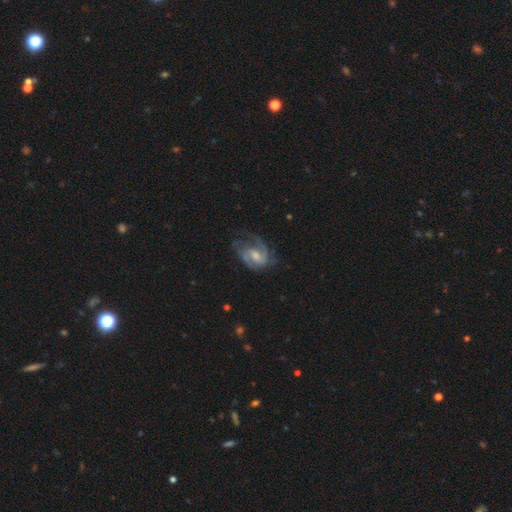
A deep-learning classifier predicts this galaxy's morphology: Q: Smooth or featured?
A: featured or disk (82%); runner-up: smooth (12%)
Q: Edge-on disk?
A: no (97%); runner-up: yes (3%)
Q: Bar?
A: weak (52%); runner-up: no (33%)
Q: Spiral arms?
A: yes (94%); runner-up: no (6%)
Q: Spiral winding?
A: medium (49%); runner-up: tight (35%)
Q: Spiral arm count?
A: 2 (58%); runner-up: can't tell (14%)
Q: Bulge size?
A: moderate (53%); runner-up: small (25%)
Q: Merging?
A: none (54%); runner-up: minor disturbance (23%)